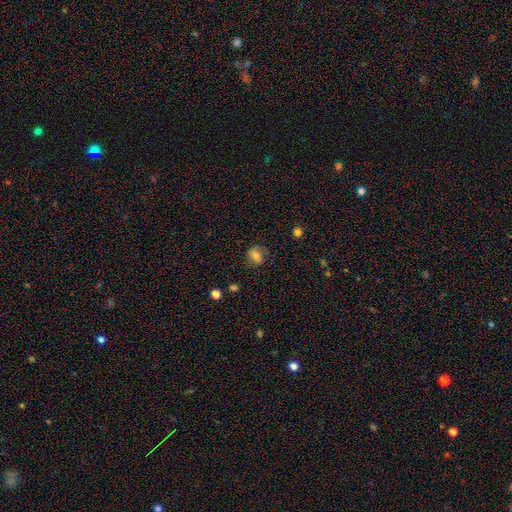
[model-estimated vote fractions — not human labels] This appears to be a smooth galaxy with no disk features (67%) that is round (56%). Merging: none (74%).